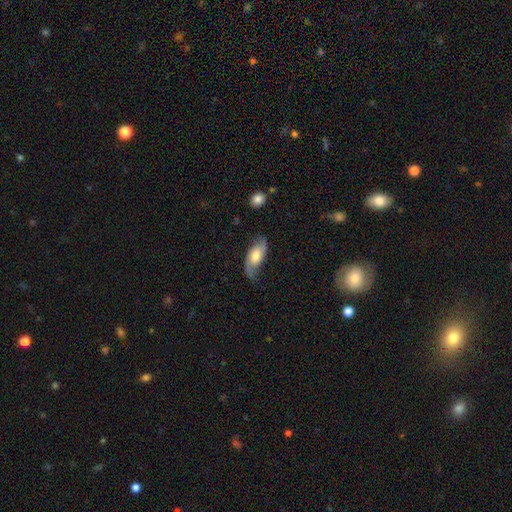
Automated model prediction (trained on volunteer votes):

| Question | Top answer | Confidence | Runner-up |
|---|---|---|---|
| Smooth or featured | featured or disk | 61% | smooth (33%) |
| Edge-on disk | no | 90% | yes (10%) |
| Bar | no | 64% | weak (29%) |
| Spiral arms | yes | 88% | no (12%) |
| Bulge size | moderate | 64% | small (17%) |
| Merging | none | 64% | minor disturbance (24%) |